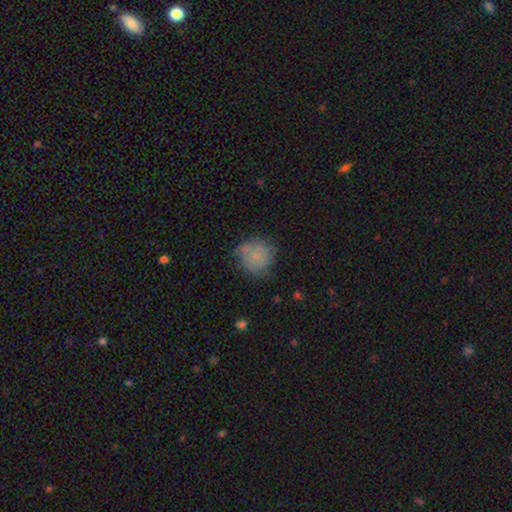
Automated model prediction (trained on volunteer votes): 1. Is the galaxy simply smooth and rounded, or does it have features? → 75% smooth, 15% featured or disk, 9% star or artifact.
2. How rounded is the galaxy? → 86% round, 13% in between, 1% cigar-shaped.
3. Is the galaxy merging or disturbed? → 53% none, 31% minor disturbance, 10% major disturbance, 5% merger.